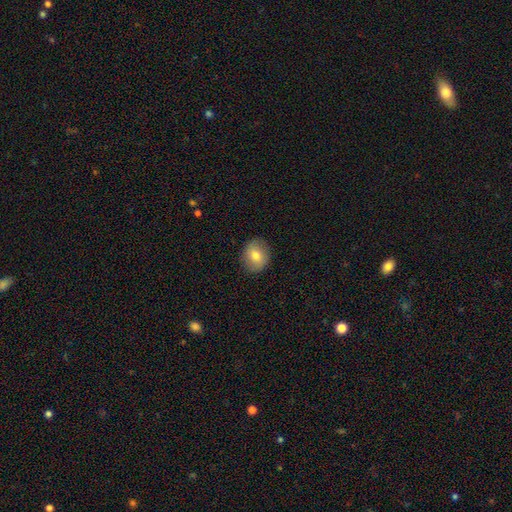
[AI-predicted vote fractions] This appears to be a smooth galaxy with no disk features (71%) that is round (68%). Merging: none (88%).